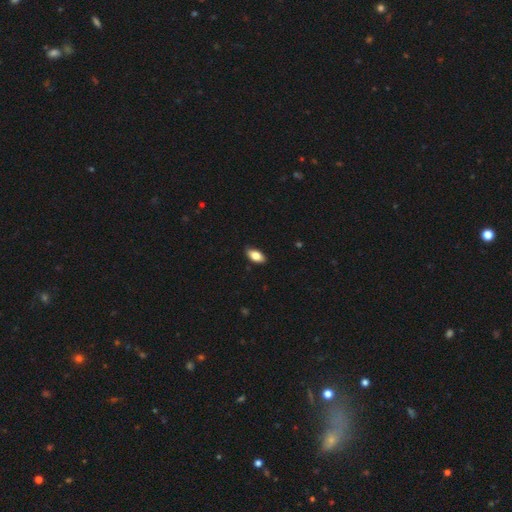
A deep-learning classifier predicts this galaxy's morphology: smooth_or_featured: smooth (p=0.81) [alt: featured or disk p=0.12]
how_rounded: in between (p=0.91) [alt: cigar-shaped p=0.05]
merging: none (p=0.87) [alt: minor disturbance p=0.10]